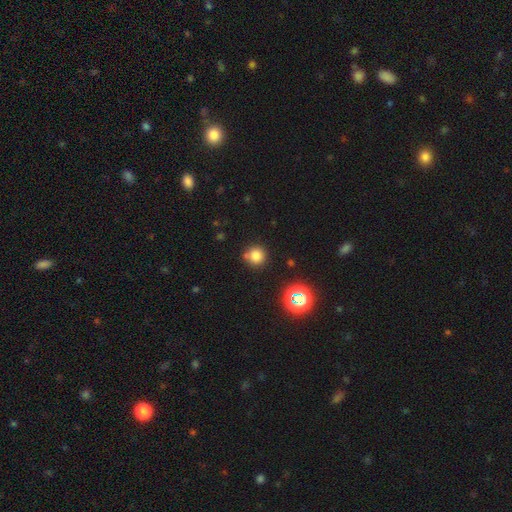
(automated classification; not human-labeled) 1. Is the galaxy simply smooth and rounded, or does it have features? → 78% smooth, 16% star or artifact, 6% featured or disk.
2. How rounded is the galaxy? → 93% round, 6% in between, 1% cigar-shaped.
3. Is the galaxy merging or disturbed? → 76% none, 12% minor disturbance, 8% merger, 3% major disturbance.